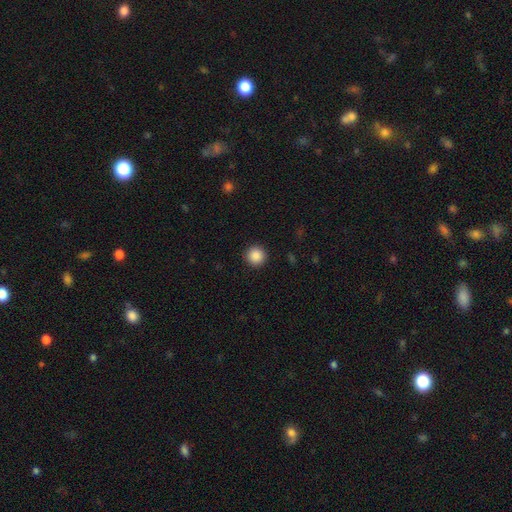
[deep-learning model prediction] A smooth galaxy with no disk features (88%) that is round (96%). Merging: none (92%).